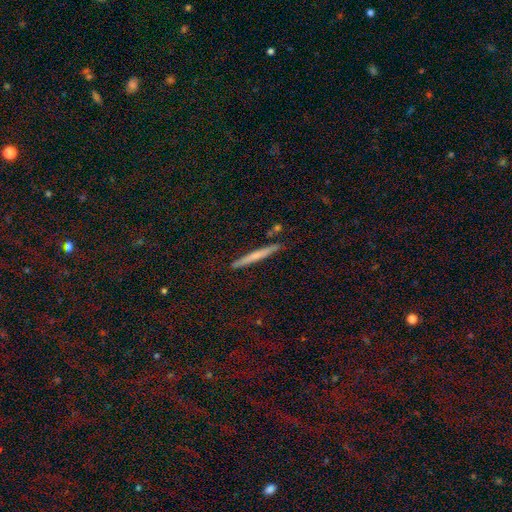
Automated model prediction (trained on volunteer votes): Q: Smooth or featured?
A: smooth (52%); runner-up: featured or disk (40%)
Q: How rounded?
A: cigar-shaped (96%); runner-up: in between (2%)
Q: Merging?
A: none (87%); runner-up: minor disturbance (9%)